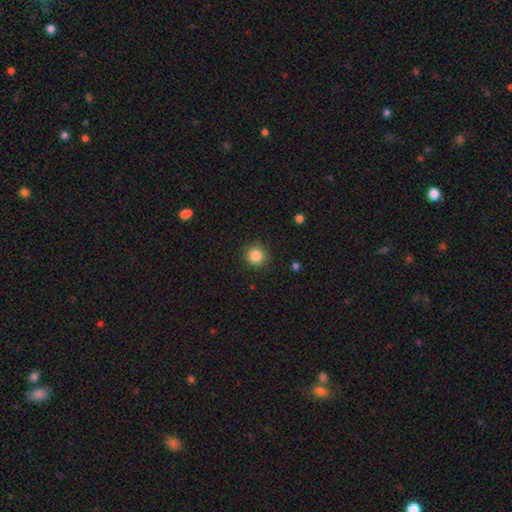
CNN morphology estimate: type=smooth (86%); roundness=round (94%); merging=none (90%).